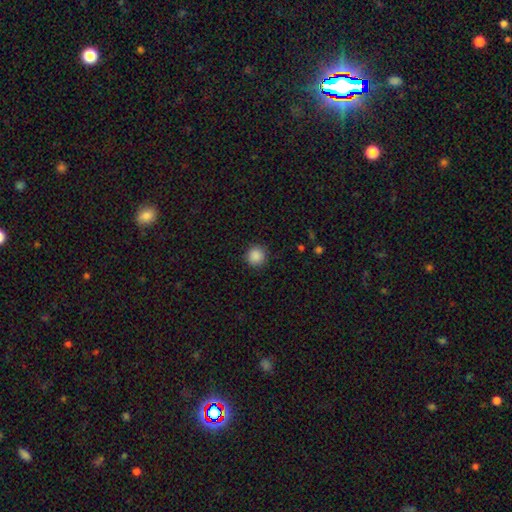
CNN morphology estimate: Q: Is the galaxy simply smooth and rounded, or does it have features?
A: smooth — 88%.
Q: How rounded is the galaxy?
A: round — 94%.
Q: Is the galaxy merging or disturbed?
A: none — 91%.